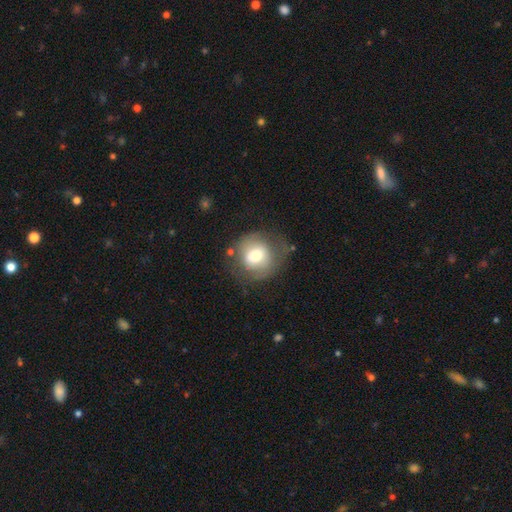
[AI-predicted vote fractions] This appears to be a smooth galaxy with no disk features (60%) that is round (86%). Merging: none (62%).